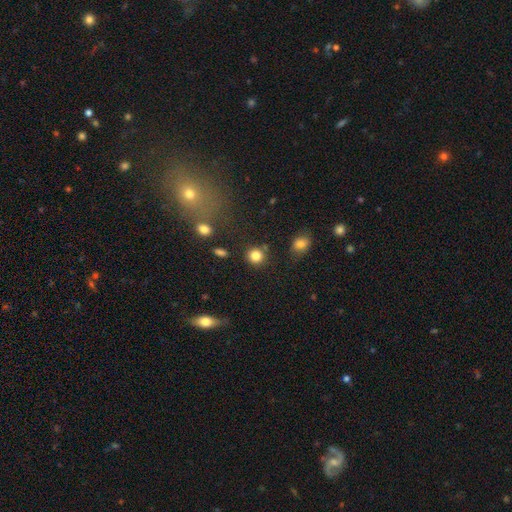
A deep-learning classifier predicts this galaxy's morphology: Overall: smooth (84%). How rounded: round (88%). Merging: none (82%).